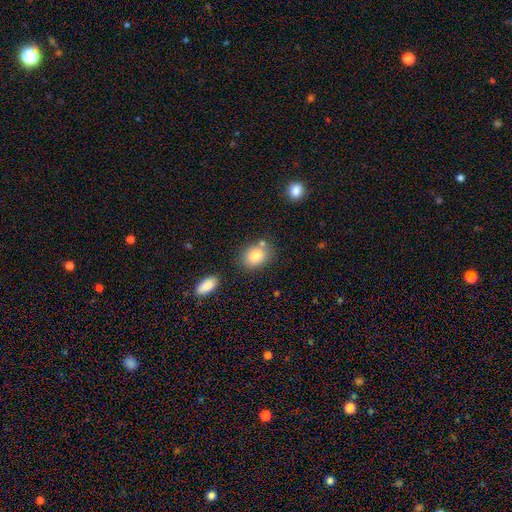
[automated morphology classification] Q: Smooth or featured?
A: smooth (81%); runner-up: featured or disk (10%)
Q: How rounded?
A: in between (60%); runner-up: round (39%)
Q: Merging?
A: none (69%); runner-up: minor disturbance (14%)